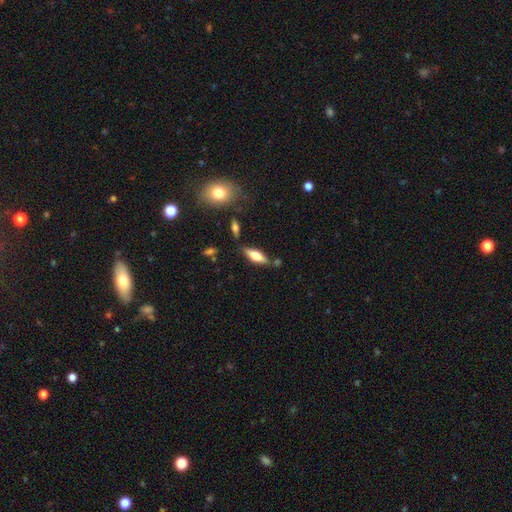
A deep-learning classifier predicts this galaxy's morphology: smooth-or-featured: smooth: 59% | featured or disk: 33% | star or artifact: 7%
  how-rounded: in between: 59% | cigar-shaped: 39% | round: 2%
  merging: none: 72% | minor disturbance: 16% | merger: 7% | major disturbance: 4%